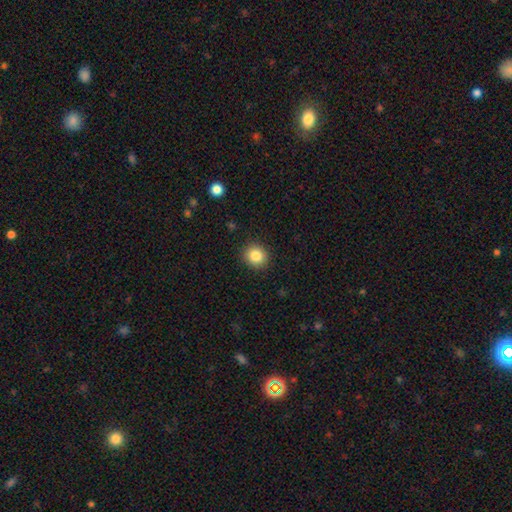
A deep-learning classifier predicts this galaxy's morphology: smooth-or-featured: smooth: 84% | star or artifact: 10% | featured or disk: 6%
  how-rounded: round: 84% | in between: 15% | cigar-shaped: 1%
  merging: none: 91% | minor disturbance: 6% | major disturbance: 2% | merger: 1%